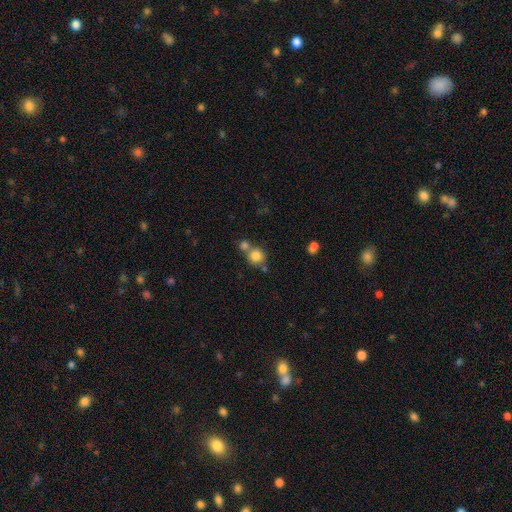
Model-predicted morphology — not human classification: smooth-or-featured: smooth: 82% | star or artifact: 11% | featured or disk: 7%
  how-rounded: round: 89% | in between: 10% | cigar-shaped: 1%
  merging: none: 56% | merger: 32% | minor disturbance: 8% | major disturbance: 3%